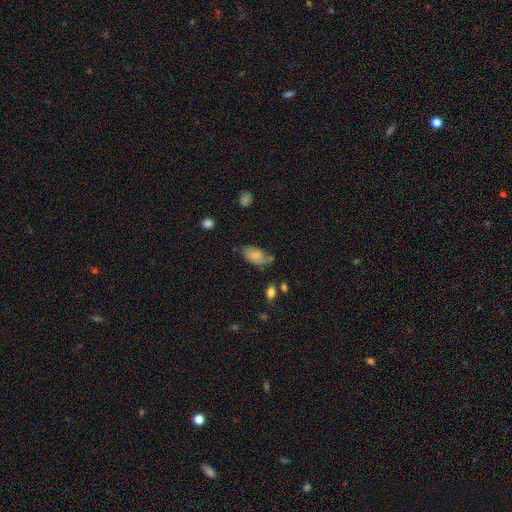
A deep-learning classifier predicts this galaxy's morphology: Smooth or featured?
  - smooth: 67% *
  - featured or disk: 24%
  - star or artifact: 8%
How rounded?
  - in between: 93% *
  - round: 4%
  - cigar-shaped: 3%
Merging?
  - none: 46% *
  - minor disturbance: 33%
  - major disturbance: 15%
  - merger: 7%